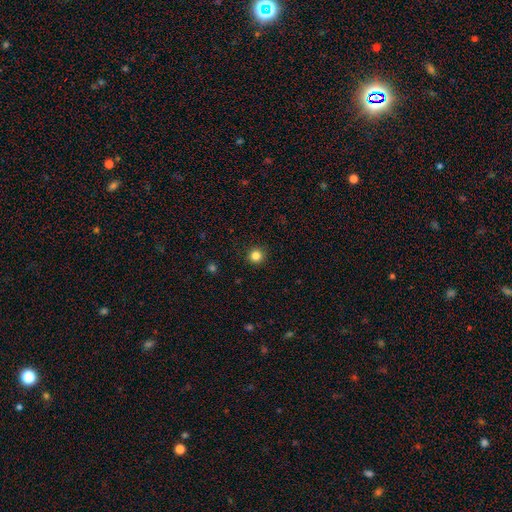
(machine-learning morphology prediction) smooth_or_featured: smooth (p=0.84) [alt: star or artifact p=0.12]
how_rounded: round (p=0.95) [alt: in between p=0.04]
merging: none (p=0.92) [alt: minor disturbance p=0.05]